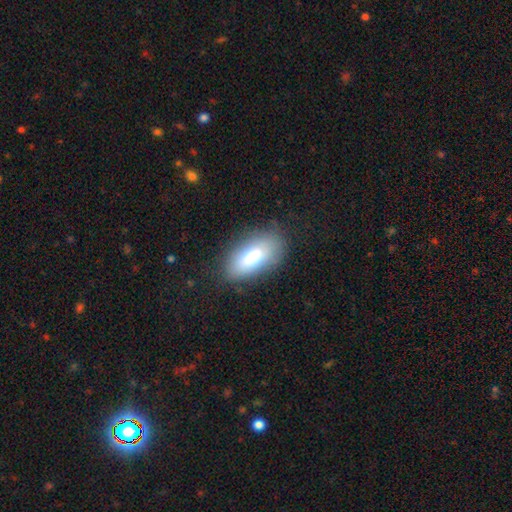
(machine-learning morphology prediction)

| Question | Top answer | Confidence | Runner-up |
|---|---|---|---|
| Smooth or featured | smooth | 77% | featured or disk (14%) |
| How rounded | in between | 88% | cigar-shaped (9%) |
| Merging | none | 79% | minor disturbance (14%) |